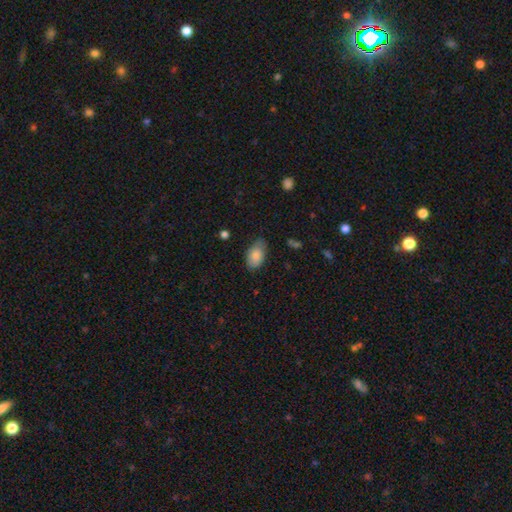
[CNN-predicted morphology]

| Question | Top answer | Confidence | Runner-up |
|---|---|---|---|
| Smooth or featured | smooth | 85% | featured or disk (8%) |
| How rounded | in between | 93% | round (6%) |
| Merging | none | 73% | minor disturbance (22%) |